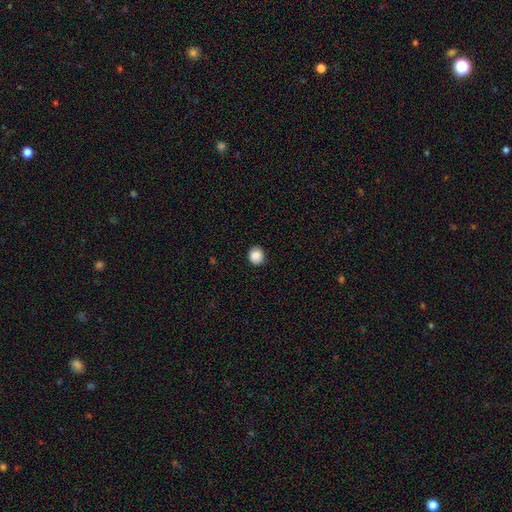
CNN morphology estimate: Smooth or featured: smooth — 87% (star or artifact — 9%)
How rounded: round — 78% (in between — 21%)
Merging: none — 89% (minor disturbance — 8%)